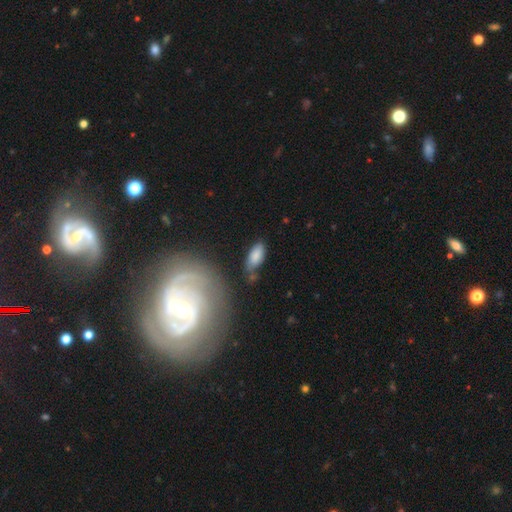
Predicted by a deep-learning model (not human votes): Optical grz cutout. It shows a smooth galaxy with no disk features (82%) that is in between round and cigar-shaped (89%). Merging: none (60%).